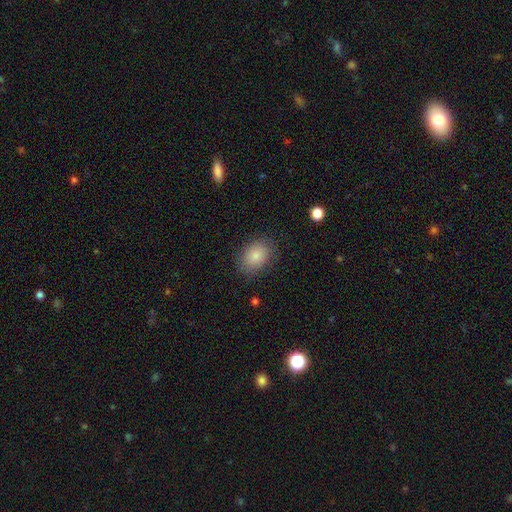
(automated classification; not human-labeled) Smooth or featured?
  - smooth: 83% *
  - star or artifact: 8%
  - featured or disk: 8%
How rounded?
  - in between: 72% *
  - round: 27%
  - cigar-shaped: 1%
Merging?
  - none: 82% *
  - minor disturbance: 13%
  - major disturbance: 4%
  - merger: 1%